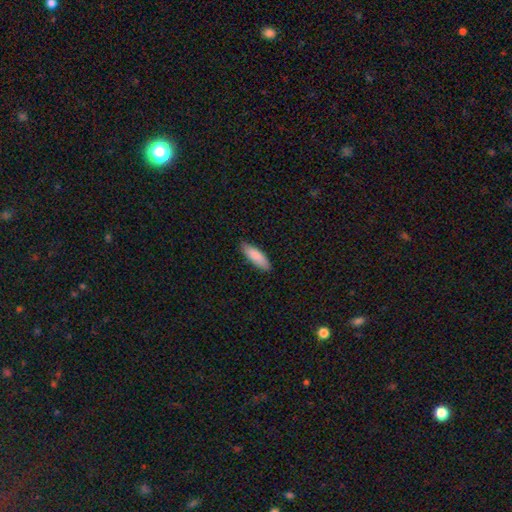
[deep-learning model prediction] This is clearly a smooth galaxy (87%). How rounded: possibly in between (52%). Merging: clearly none (85%).